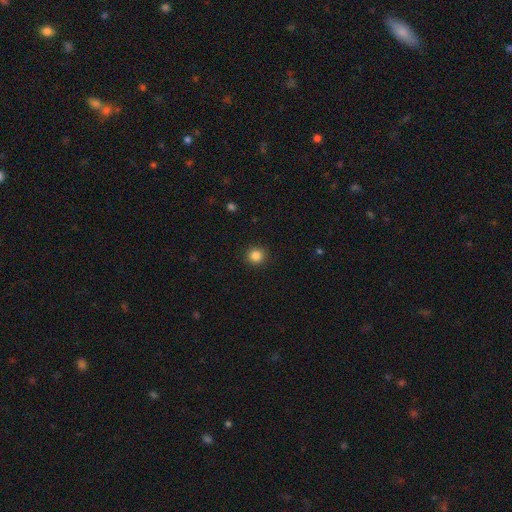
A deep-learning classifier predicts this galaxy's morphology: smooth-or-featured: smooth: 85% | star or artifact: 11% | featured or disk: 4%
  how-rounded: round: 93% | in between: 6% | cigar-shaped: 1%
  merging: none: 92% | minor disturbance: 5% | major disturbance: 2% | merger: 1%